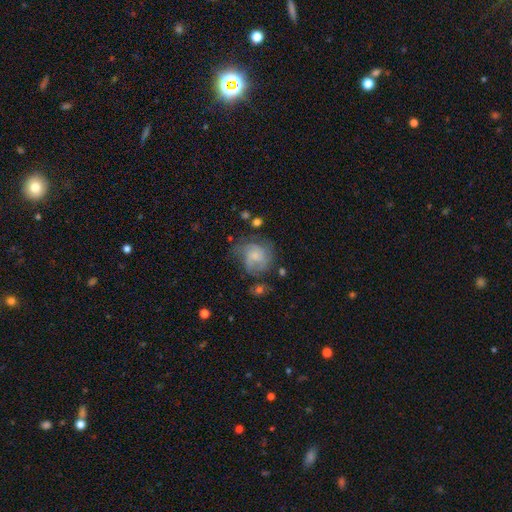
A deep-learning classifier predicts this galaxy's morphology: This is possibly a featured or disk galaxy (57%). It is clearly not viewed edge-on (98%). Bar: likely no (65%). Spiral arm pattern: clearly yes (83%). Central bulge: possibly small (48%). Merging: possibly none (57%).